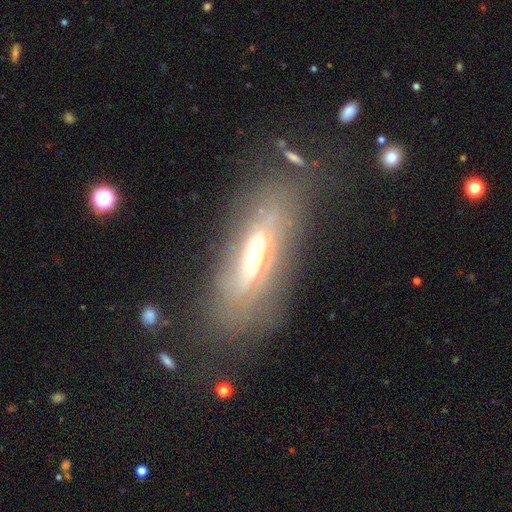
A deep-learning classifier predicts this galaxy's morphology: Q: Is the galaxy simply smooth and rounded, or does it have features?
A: featured or disk — 60%.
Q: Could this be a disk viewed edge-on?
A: no — 55%.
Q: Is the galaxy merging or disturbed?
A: none — 68%.